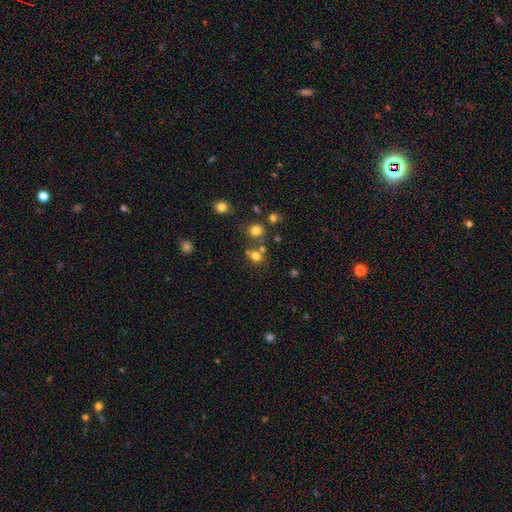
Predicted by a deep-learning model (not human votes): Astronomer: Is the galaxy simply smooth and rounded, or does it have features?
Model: smooth — 74%.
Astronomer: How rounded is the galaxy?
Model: round — 74%.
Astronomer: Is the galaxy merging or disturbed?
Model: none — 59%.